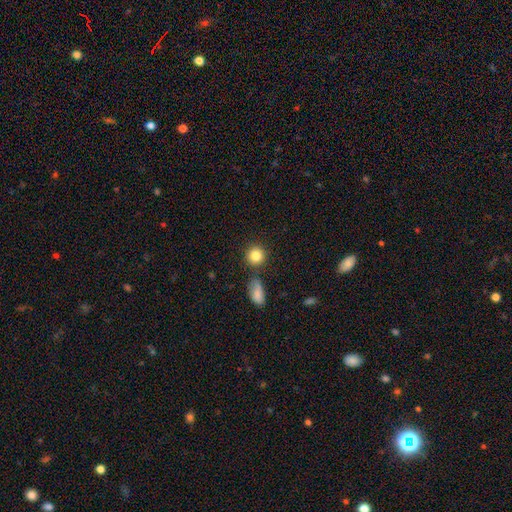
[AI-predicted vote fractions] This appears to be a smooth galaxy with no disk features (84%) that is round (88%). Merging: none (78%).